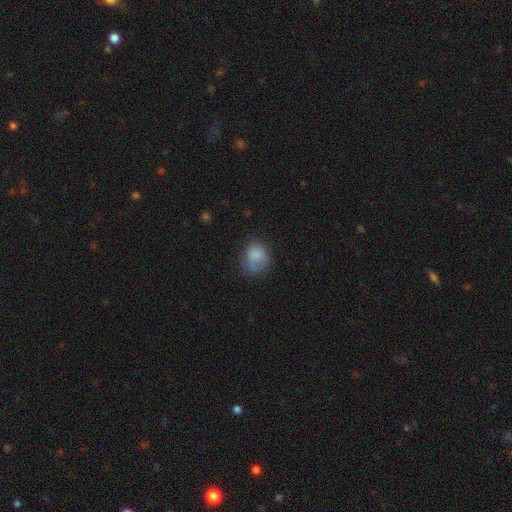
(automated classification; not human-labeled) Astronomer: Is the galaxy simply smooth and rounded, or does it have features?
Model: smooth — 78%.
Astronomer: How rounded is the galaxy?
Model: round — 65%.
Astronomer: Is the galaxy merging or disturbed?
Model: none — 51%.